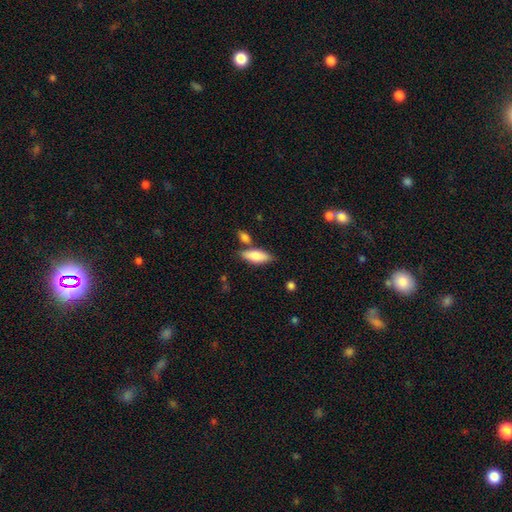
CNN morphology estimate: The model was most divided on "how rounded": in between: 71%, cigar-shaped: 27%, round: 2%. More confident: smooth or featured — smooth (79%); merging — none (68%).